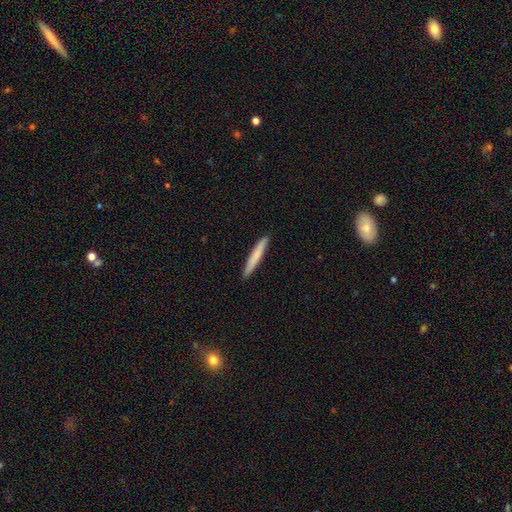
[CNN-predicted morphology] type=smooth (74%); roundness=cigar-shaped (96%); merging=none (93%).